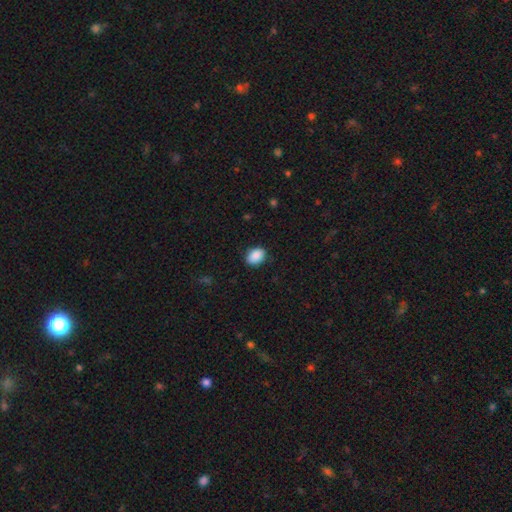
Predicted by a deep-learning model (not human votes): Smooth or featured?
  - smooth: 89% *
  - star or artifact: 8%
  - featured or disk: 3%
How rounded?
  - in between: 75% *
  - round: 24%
  - cigar-shaped: 1%
Merging?
  - none: 84% *
  - minor disturbance: 12%
  - major disturbance: 3%
  - merger: 1%